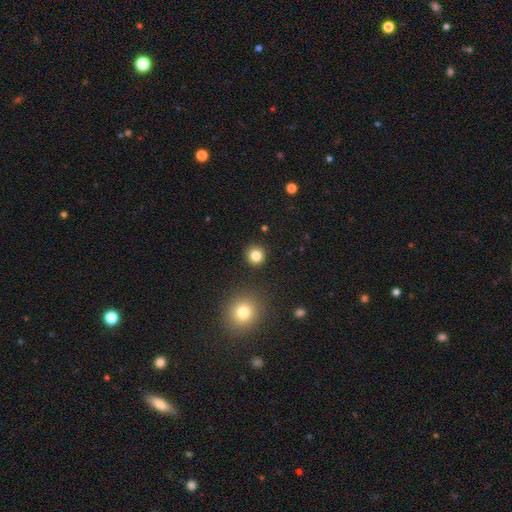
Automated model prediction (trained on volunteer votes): Smooth or featured: smooth — 82% (star or artifact — 12%)
How rounded: round — 93% (in between — 6%)
Merging: none — 90% (minor disturbance — 5%)